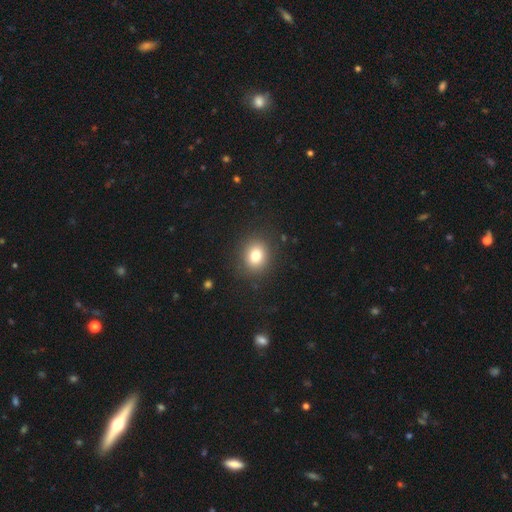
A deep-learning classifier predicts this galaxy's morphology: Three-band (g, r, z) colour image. It shows a smooth galaxy with no disk features (79%) that is round (72%). Merging: none (88%).